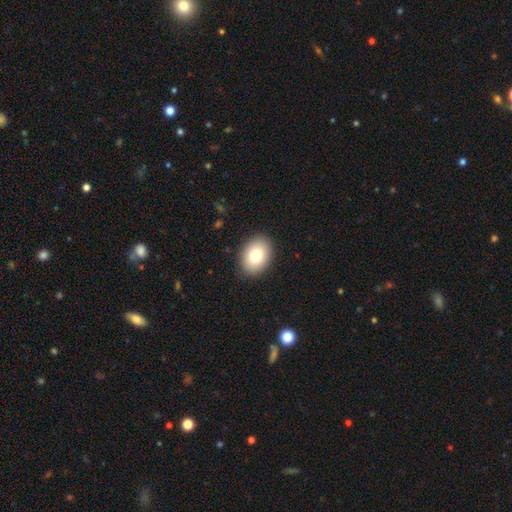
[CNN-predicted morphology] The model was most divided on "how rounded": in between: 72%, round: 27%, cigar-shaped: 1%. More confident: merging — none (89%); smooth or featured — smooth (81%).